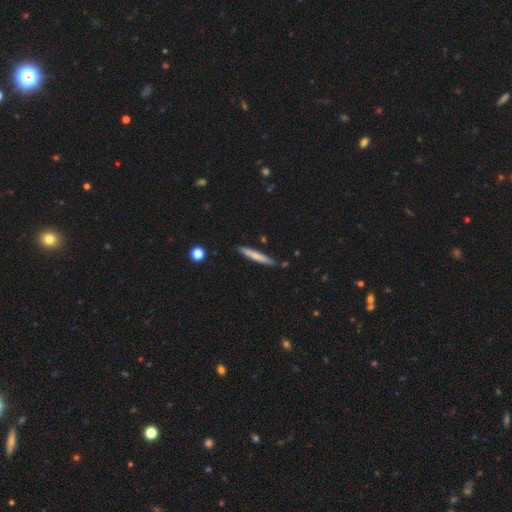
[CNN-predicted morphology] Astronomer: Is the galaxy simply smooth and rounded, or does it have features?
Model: smooth — 71%.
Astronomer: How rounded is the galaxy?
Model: cigar-shaped — 96%.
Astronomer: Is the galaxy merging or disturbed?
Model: none — 86%.